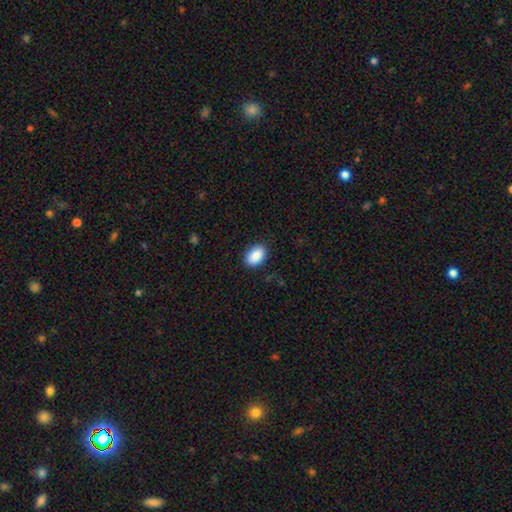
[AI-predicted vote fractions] smooth 89%, star or artifact 7%, featured or disk 4%. Down the decision tree: how rounded — in between (89%); merging — none (88%).